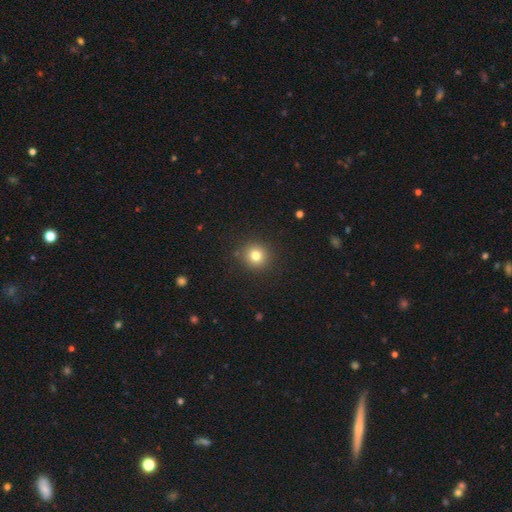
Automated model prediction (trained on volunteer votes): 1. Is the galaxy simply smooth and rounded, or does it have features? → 80% smooth, 13% star or artifact, 8% featured or disk.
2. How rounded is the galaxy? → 93% round, 6% in between, 1% cigar-shaped.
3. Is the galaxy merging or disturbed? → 90% none, 6% minor disturbance, 2% major disturbance, 1% merger.